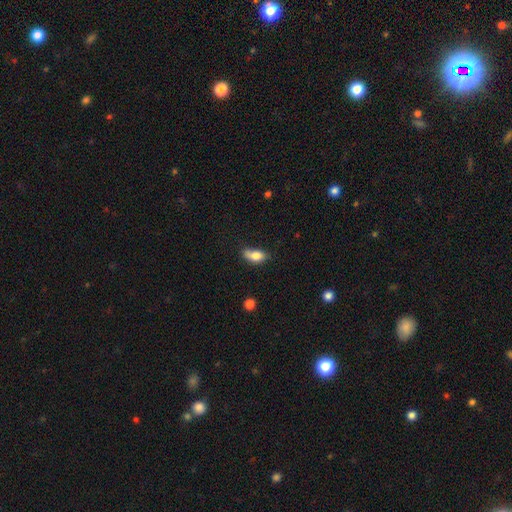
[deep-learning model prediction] smooth-or-featured: smooth: 80% | featured or disk: 12% | star or artifact: 8%
  how-rounded: in between: 85% | cigar-shaped: 8% | round: 6%
  merging: none: 48% | minor disturbance: 36% | major disturbance: 10% | merger: 5%